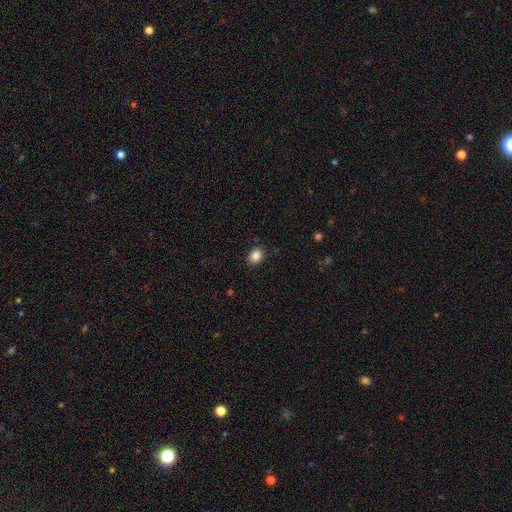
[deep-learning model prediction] smooth_or_featured: smooth (p=0.86) [alt: star or artifact p=0.10]
how_rounded: in between (p=0.57) [alt: round p=0.42]
merging: none (p=0.88) [alt: minor disturbance p=0.09]